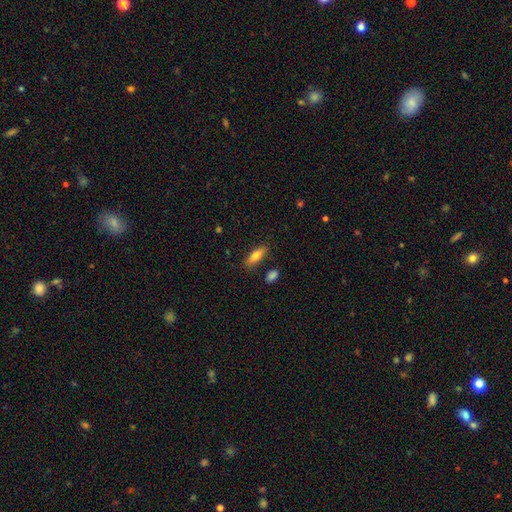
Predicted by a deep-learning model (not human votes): This appears to be a smooth galaxy with no disk features (77%) that is in between round and cigar-shaped (66%). Merging: none (82%).